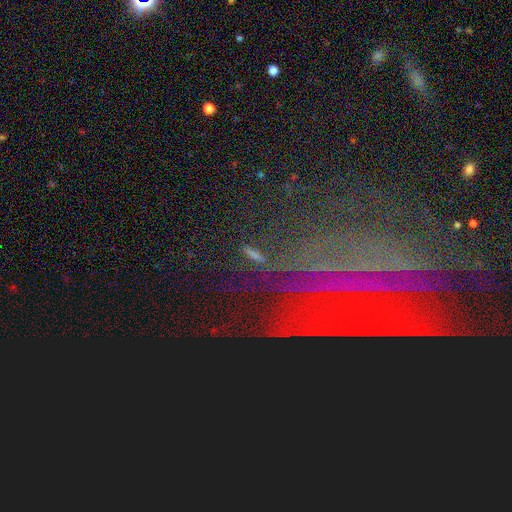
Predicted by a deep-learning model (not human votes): Morphology: type=star or artifact (56%).